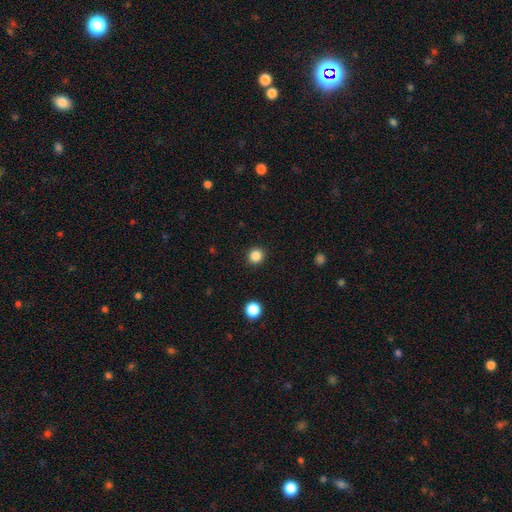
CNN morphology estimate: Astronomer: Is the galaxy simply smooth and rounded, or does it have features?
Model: smooth — 85%.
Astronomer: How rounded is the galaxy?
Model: round — 92%.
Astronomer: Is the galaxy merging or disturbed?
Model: none — 92%.